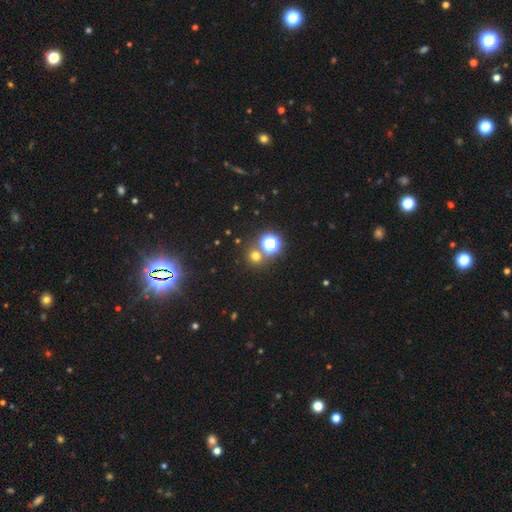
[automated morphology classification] A smooth galaxy with no disk features (62%) that is round (91%).

Vote fractions:
- Smooth or featured? smooth: 62% / star or artifact: 32% / featured or disk: 6%
- How rounded? round: 91% / in between: 8% / cigar-shaped: 1%
- Merging? none: 78% / merger: 12% / minor disturbance: 6% / major disturbance: 3%